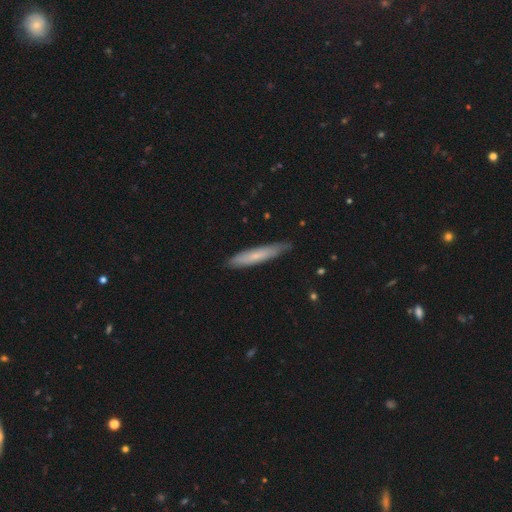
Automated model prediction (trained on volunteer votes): The model was most divided on "smooth or featured": smooth: 63%, featured or disk: 32%, star or artifact: 5%. More confident: how rounded — cigar-shaped (91%); merging — none (82%).